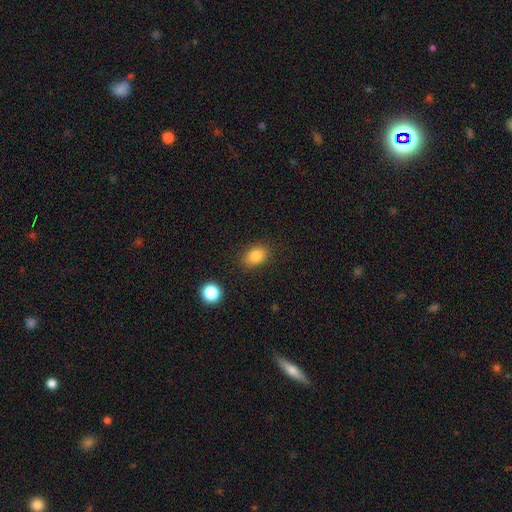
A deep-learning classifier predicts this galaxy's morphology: smooth_or_featured: smooth (p=0.85) [alt: star or artifact p=0.09]
how_rounded: in between (p=0.76) [alt: round p=0.23]
merging: none (p=0.84) [alt: minor disturbance p=0.11]